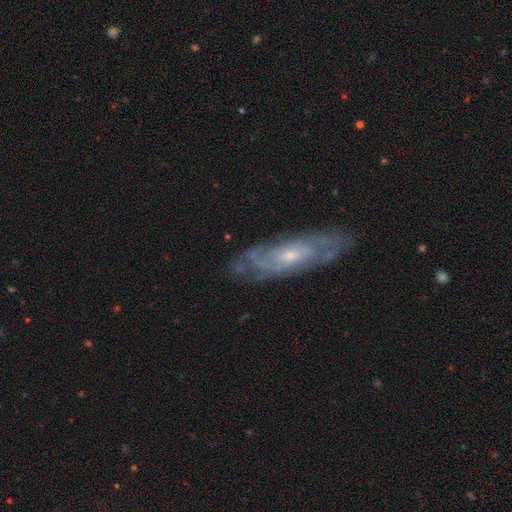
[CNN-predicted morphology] A featured or disk galaxy (75%) with no bar (64%), spiral arms (83%) and a small central bulge (59%).

Vote fractions:
- Smooth or featured? featured or disk: 75% / smooth: 18% / star or artifact: 7%
- Edge-on disk? no: 77% / yes: 23%
- Bar? no: 64% / weak: 30% / strong: 6%
- Spiral arms? yes: 83% / no: 17%
- Bulge size? small: 59% / moderate: 37% / none: 2% / large: 2% / dominant: 1%
- Merging? none: 74% / minor disturbance: 18% / major disturbance: 6% / merger: 2%